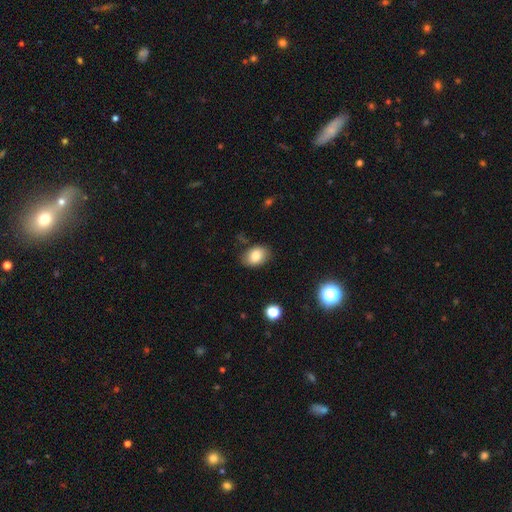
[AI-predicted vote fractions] This is clearly a smooth galaxy (81%). How rounded: likely in between (79%). Merging: clearly none (80%).